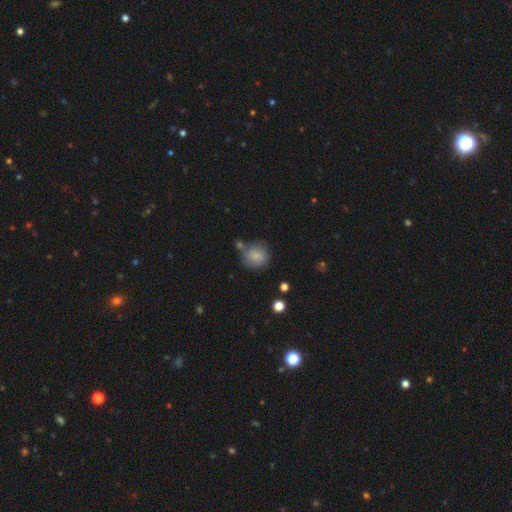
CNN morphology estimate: smooth_or_featured: smooth (p=0.76) [alt: featured or disk p=0.15]
how_rounded: round (p=0.83) [alt: in between p=0.16]
merging: none (p=0.60) [alt: minor disturbance p=0.20]